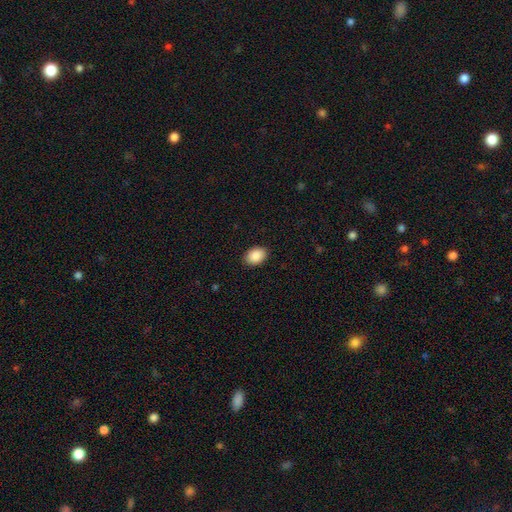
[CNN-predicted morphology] A smooth galaxy with no disk features (90%) that is in between round and cigar-shaped (80%). Merging: none (90%).